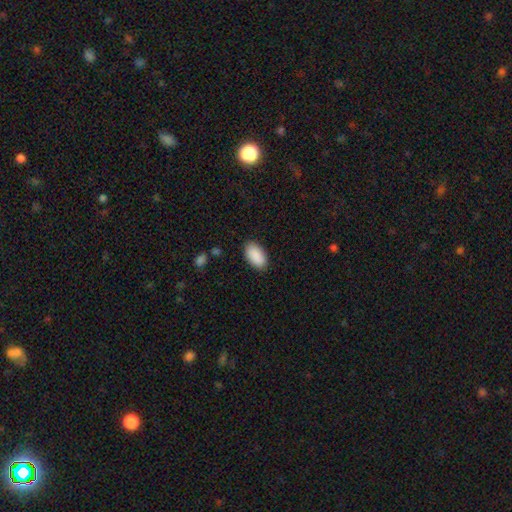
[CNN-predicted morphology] This appears to be a smooth galaxy with no disk features (91%) that is in between round and cigar-shaped (95%). Merging: none (87%).